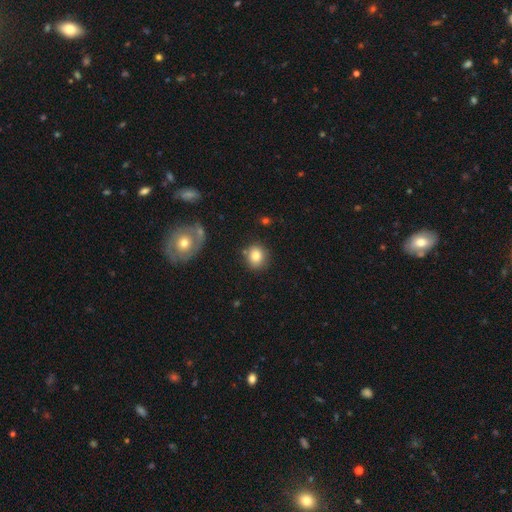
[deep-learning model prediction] This is clearly a smooth galaxy (82%). How rounded: likely round (78%). Merging: likely none (80%).